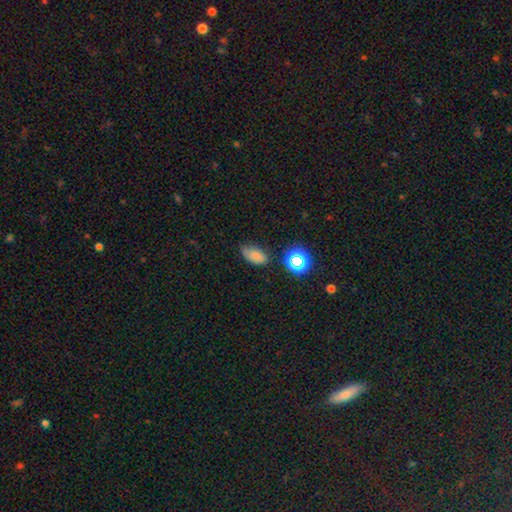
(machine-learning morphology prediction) The model was most divided on "merging": none: 68%, minor disturbance: 24%, major disturbance: 5%, merger: 3%. More confident: how rounded — in between (89%); smooth or featured — smooth (75%).